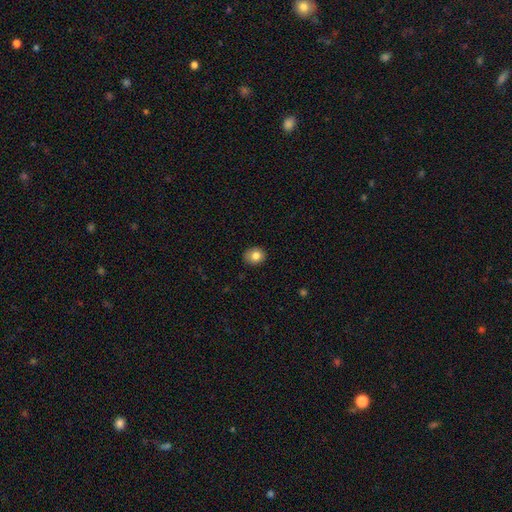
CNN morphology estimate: Smooth or featured: smooth — 81% (featured or disk — 10%)
How rounded: round — 64% (in between — 35%)
Merging: none — 85% (minor disturbance — 11%)